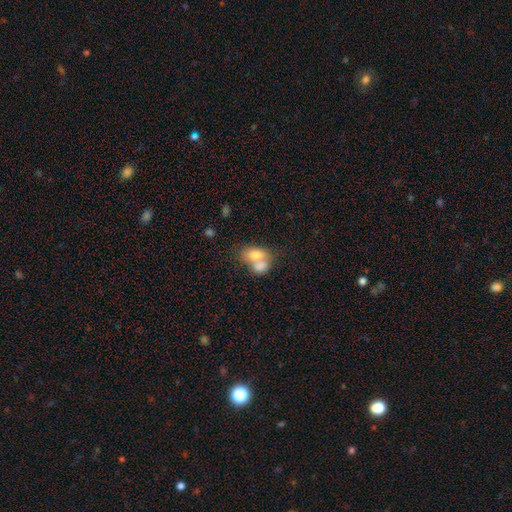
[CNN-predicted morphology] Overall: smooth (75%). How rounded: in between (79%). Merging: merger (68%).